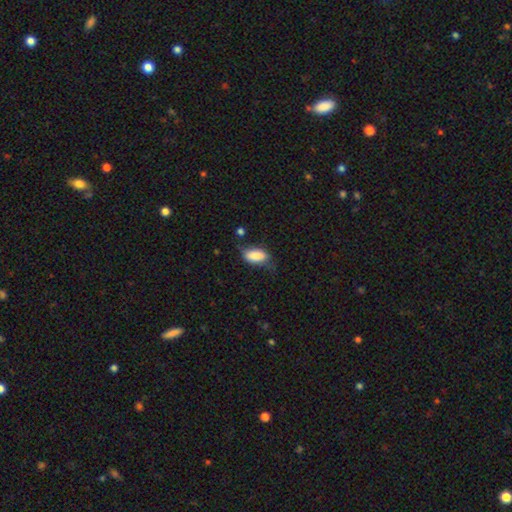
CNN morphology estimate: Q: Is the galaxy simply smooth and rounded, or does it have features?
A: smooth — 80%.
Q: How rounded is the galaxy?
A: in between — 88%.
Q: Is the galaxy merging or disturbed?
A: none — 44%.